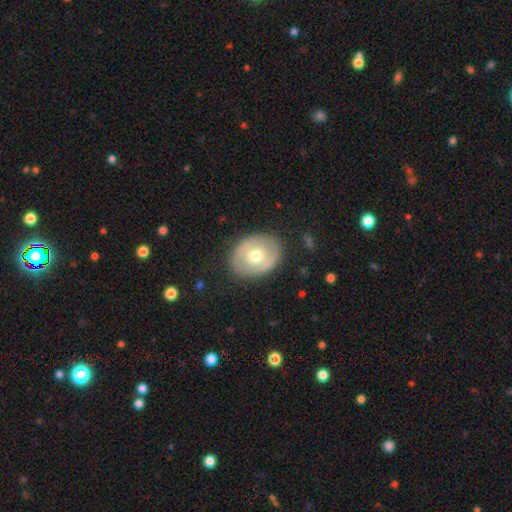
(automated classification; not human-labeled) A smooth galaxy with no disk features (50%) that is in between round and cigar-shaped (59%). Merging: none (83%).